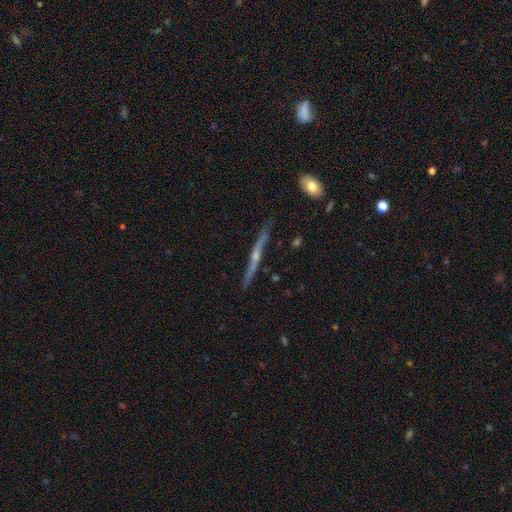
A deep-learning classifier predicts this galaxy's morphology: Q: Smooth or featured?
A: featured or disk (80%); runner-up: smooth (13%)
Q: Edge-on disk?
A: yes (98%); runner-up: no (2%)
Q: Edge-on bulge?
A: rounded (76%); runner-up: none (17%)
Q: Merging?
A: none (87%); runner-up: minor disturbance (9%)